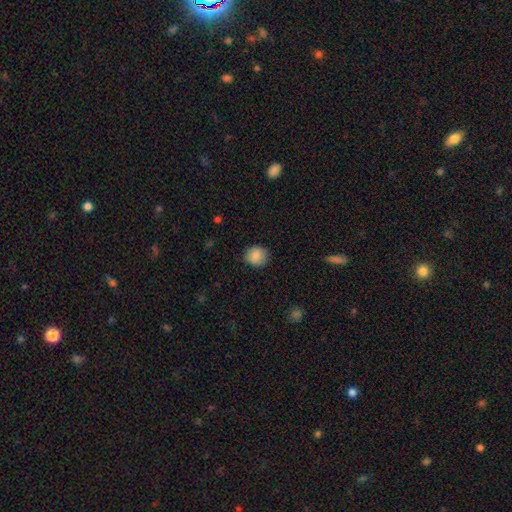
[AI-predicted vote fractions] Q: Smooth or featured?
A: smooth (88%); runner-up: star or artifact (8%)
Q: How rounded?
A: round (85%); runner-up: in between (14%)
Q: Merging?
A: none (85%); runner-up: minor disturbance (11%)